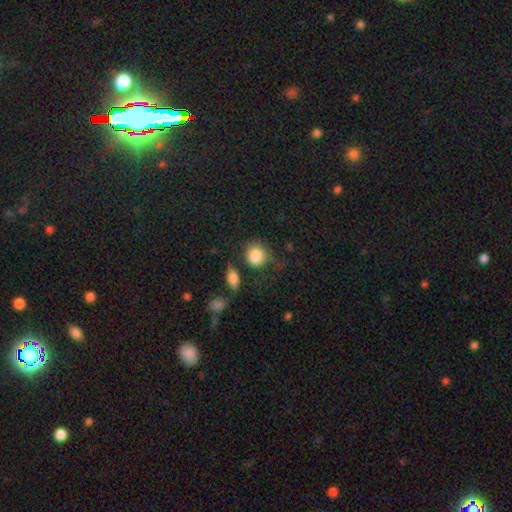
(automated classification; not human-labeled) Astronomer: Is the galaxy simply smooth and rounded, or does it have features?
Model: smooth — 85%.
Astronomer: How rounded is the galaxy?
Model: round — 72%.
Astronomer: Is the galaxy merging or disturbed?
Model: none — 54%.